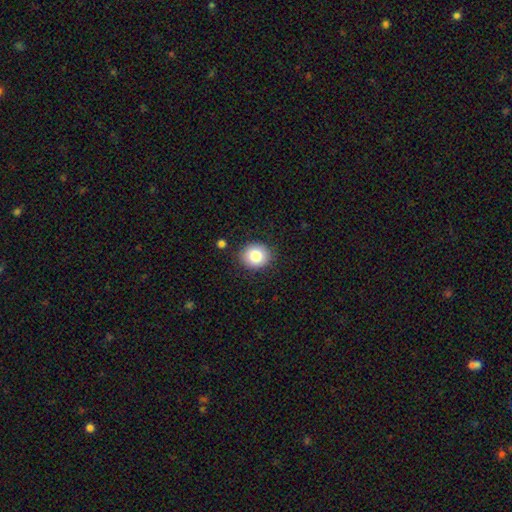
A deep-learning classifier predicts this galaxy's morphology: type=smooth (83%); roundness=round (80%); merging=none (87%).